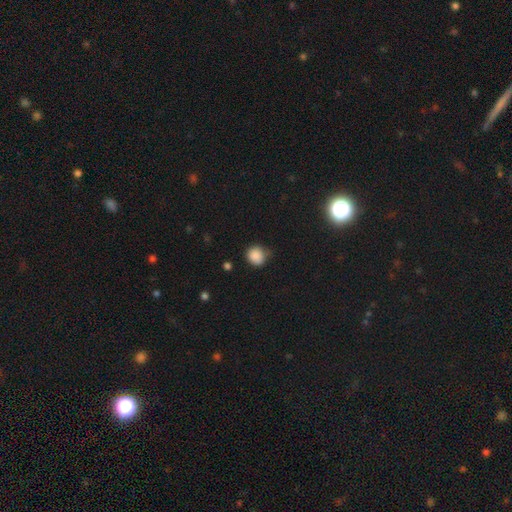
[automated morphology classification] A smooth galaxy with no disk features (87%) that is round (86%).

Vote fractions:
- Smooth or featured? smooth: 87% / star or artifact: 10% / featured or disk: 3%
- How rounded? round: 86% / in between: 13% / cigar-shaped: 1%
- Merging? none: 71% / minor disturbance: 22% / major disturbance: 4% / merger: 2%